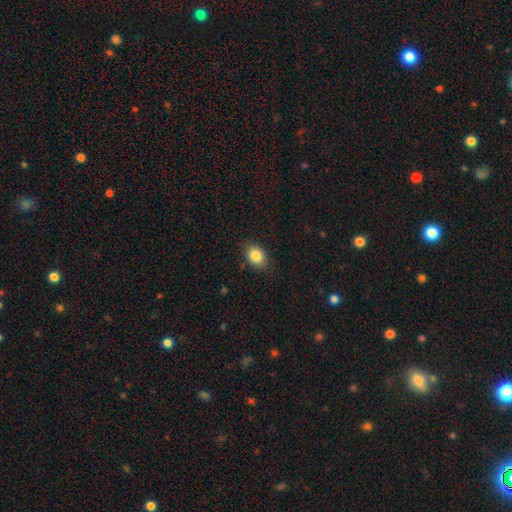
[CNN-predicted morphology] This appears to be a smooth galaxy with no disk features (85%) that is in between round and cigar-shaped (68%). Merging: none (84%).